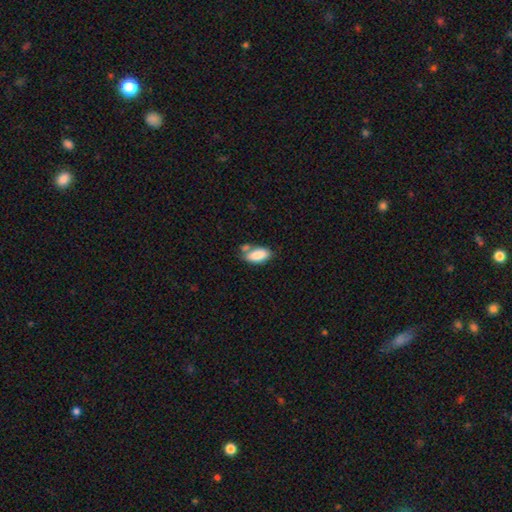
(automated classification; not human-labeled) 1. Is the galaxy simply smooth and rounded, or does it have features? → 86% smooth, 7% featured or disk, 7% star or artifact.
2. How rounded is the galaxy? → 88% in between, 9% cigar-shaped, 3% round.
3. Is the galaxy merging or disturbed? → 53% none, 23% merger, 18% minor disturbance, 5% major disturbance.